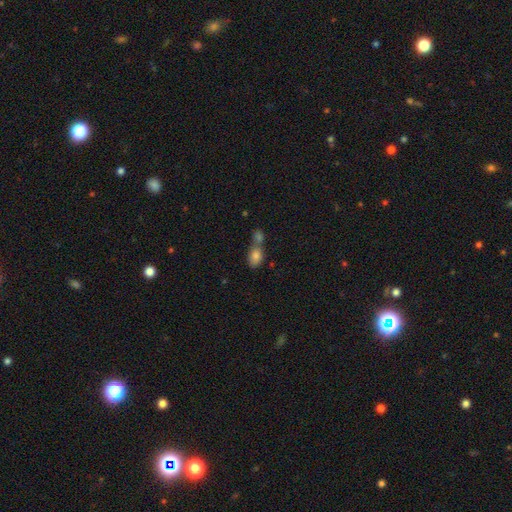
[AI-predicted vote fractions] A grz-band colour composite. It shows a smooth galaxy with no disk features (80%) that is in between round and cigar-shaped (82%). Merging: merger (57%).